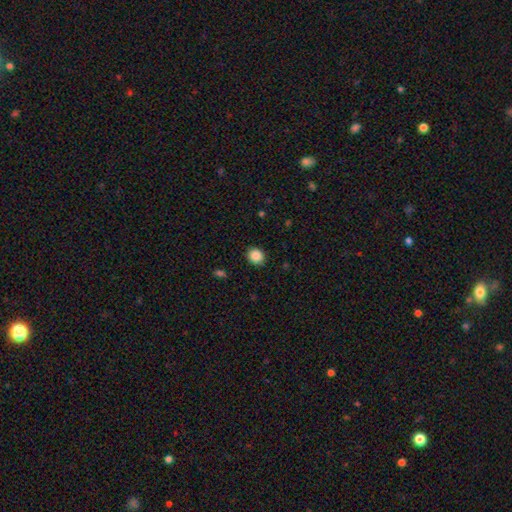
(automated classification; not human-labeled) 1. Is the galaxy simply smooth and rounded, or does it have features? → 87% smooth, 9% star or artifact, 3% featured or disk.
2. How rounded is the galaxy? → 78% round, 21% in between, 1% cigar-shaped.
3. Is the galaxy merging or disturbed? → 90% none, 7% minor disturbance, 2% major disturbance, 1% merger.